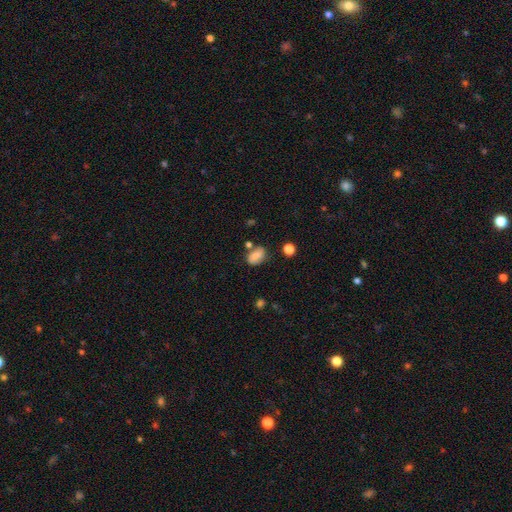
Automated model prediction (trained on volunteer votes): Smooth or featured: smooth — 76% (featured or disk — 14%)
How rounded: in between — 81% (round — 17%)
Merging: none — 63% (minor disturbance — 22%)